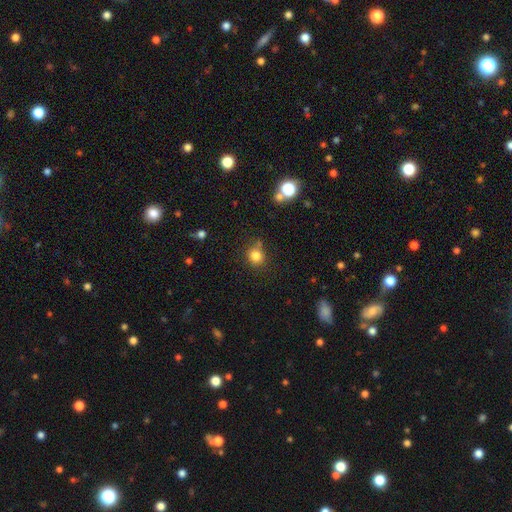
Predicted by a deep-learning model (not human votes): Overall: smooth (82%). How rounded: round (83%). Merging: none (77%).